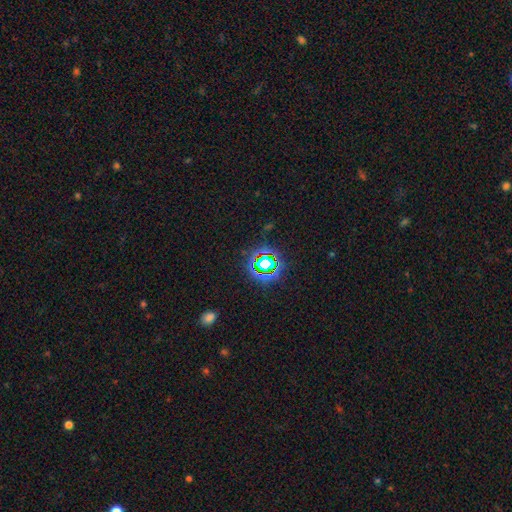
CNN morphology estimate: A star or artifact, not a galaxy (68%).

Vote fractions:
- Smooth or featured? star or artifact: 68% / smooth: 23% / featured or disk: 9%